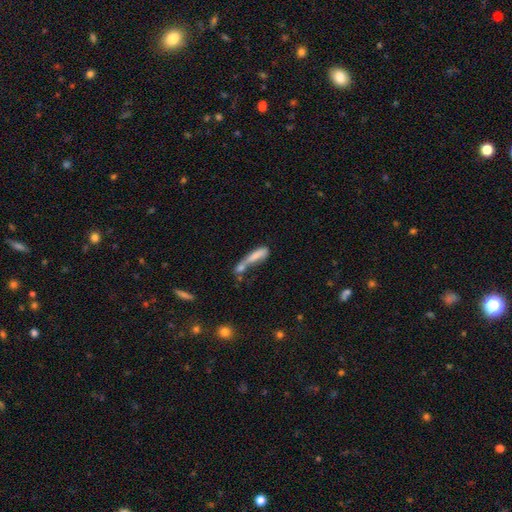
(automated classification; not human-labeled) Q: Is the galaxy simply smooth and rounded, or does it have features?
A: smooth — 70%.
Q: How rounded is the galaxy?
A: cigar-shaped — 72%.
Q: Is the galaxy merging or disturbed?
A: merger — 54%.